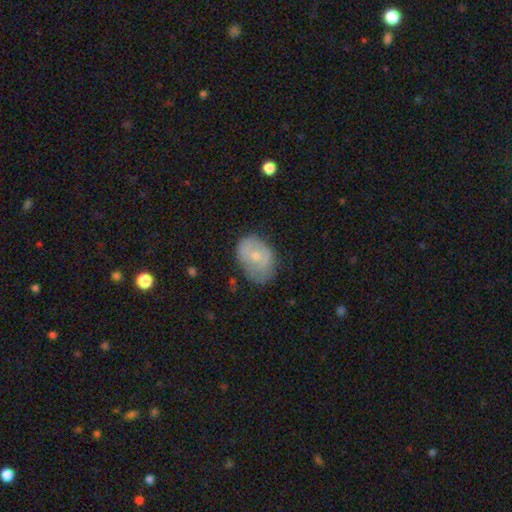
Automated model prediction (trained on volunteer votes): Smooth or featured? smooth (59%)
How rounded? in between (75%)
Merging? none (57%)